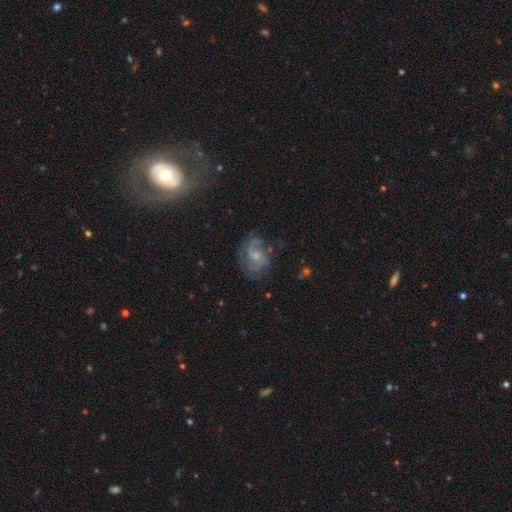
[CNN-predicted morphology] Smooth or featured? featured or disk (75%)
Edge-on disk? no (98%)
Bar? no (61%)
Spiral arms? yes (90%)
Spiral winding? medium (47%)
Spiral arm count? 2 (55%)
Bulge size? small (58%)
Merging? none (59%)